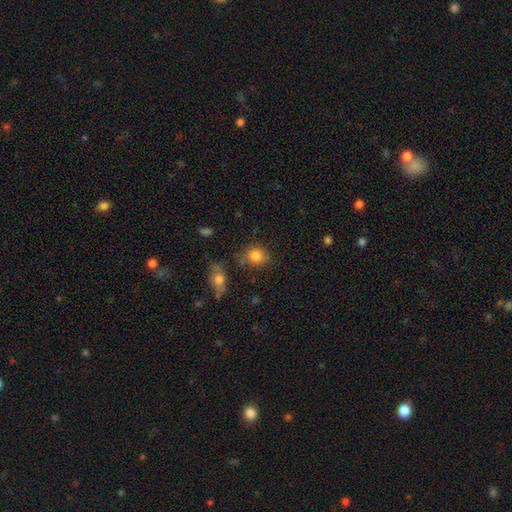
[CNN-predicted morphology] type=smooth (83%); roundness=in between (51%); merging=none (68%).